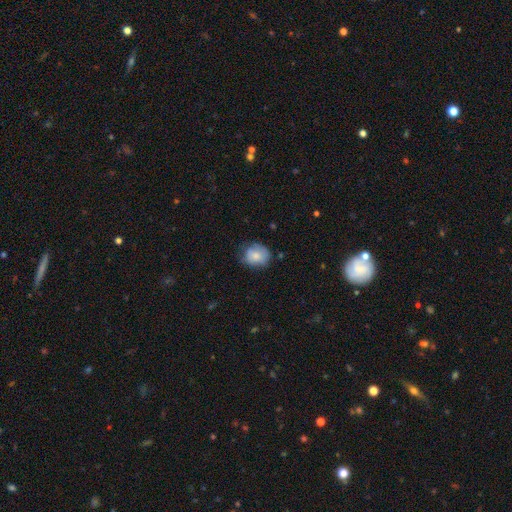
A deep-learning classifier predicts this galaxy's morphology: Smooth or featured?
  - smooth: 77% *
  - featured or disk: 15%
  - star or artifact: 8%
How rounded?
  - round: 62% *
  - in between: 37%
  - cigar-shaped: 1%
Merging?
  - none: 62% *
  - minor disturbance: 29%
  - major disturbance: 8%
  - merger: 2%